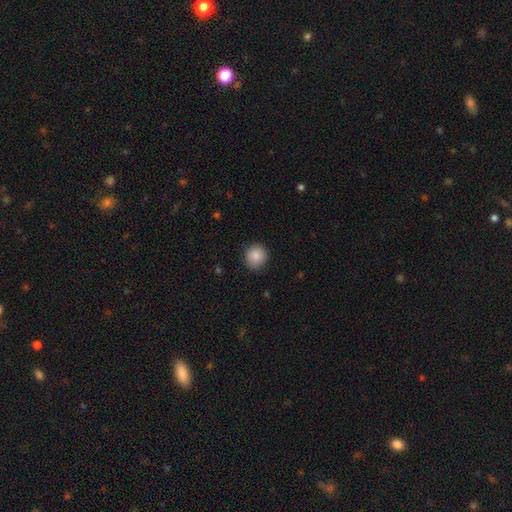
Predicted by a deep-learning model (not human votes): smooth_or_featured: smooth (p=0.86) [alt: star or artifact p=0.09]
how_rounded: round (p=0.90) [alt: in between p=0.09]
merging: none (p=0.89) [alt: minor disturbance p=0.08]